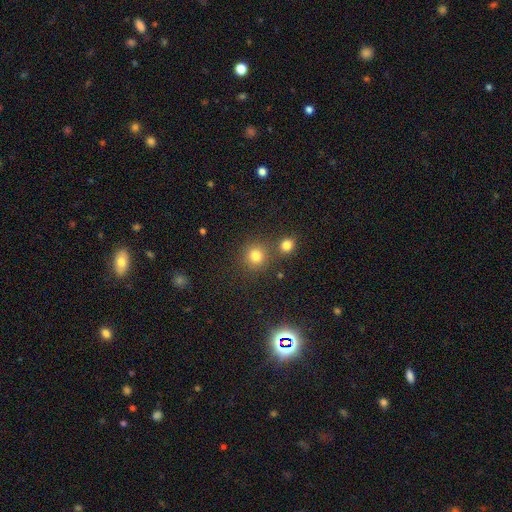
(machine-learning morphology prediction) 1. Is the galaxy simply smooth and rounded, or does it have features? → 79% smooth, 15% star or artifact, 6% featured or disk.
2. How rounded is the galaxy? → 89% round, 10% in between, 1% cigar-shaped.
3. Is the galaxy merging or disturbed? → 73% none, 16% merger, 8% minor disturbance, 3% major disturbance.